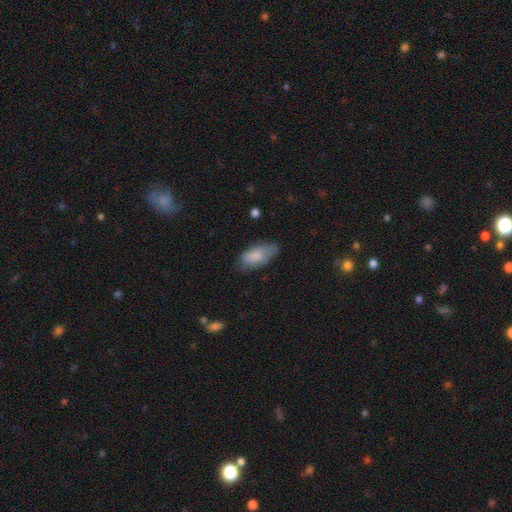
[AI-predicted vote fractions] Smooth or featured?
  - smooth: 80% *
  - featured or disk: 14%
  - star or artifact: 6%
How rounded?
  - in between: 85% *
  - cigar-shaped: 12%
  - round: 2%
Merging?
  - none: 60% *
  - minor disturbance: 30%
  - major disturbance: 8%
  - merger: 2%